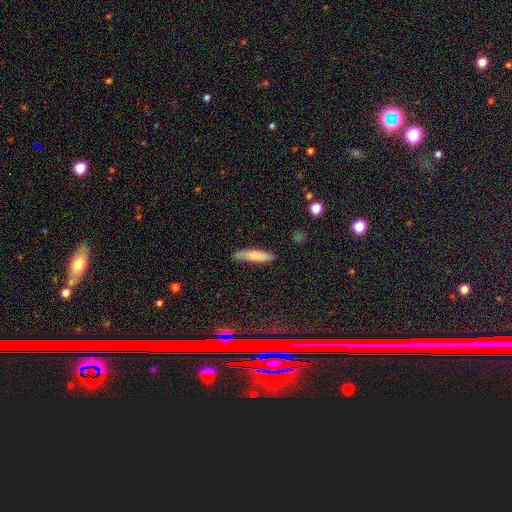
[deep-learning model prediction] Smooth or featured? smooth (78%)
How rounded? cigar-shaped (77%)
Merging? none (80%)